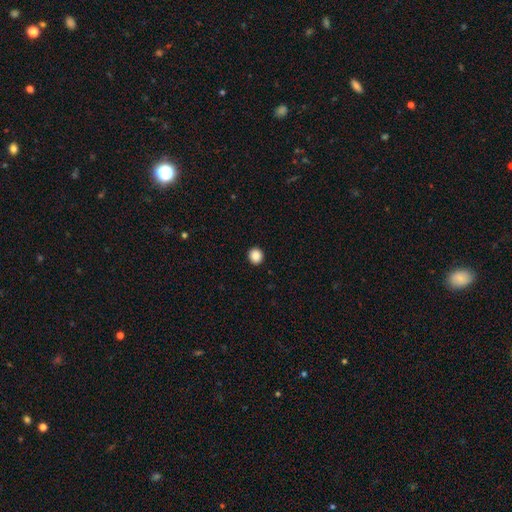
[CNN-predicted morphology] The model was most divided on "how rounded": round: 85%, in between: 14%, cigar-shaped: 1%. More confident: merging — none (93%); smooth or featured — smooth (88%).